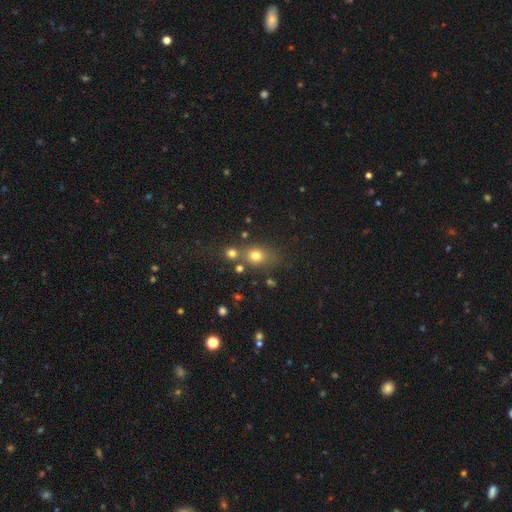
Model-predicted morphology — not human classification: A smooth galaxy with no disk features (72%) that is round (59%).

Vote fractions:
- Smooth or featured? smooth: 72% / star or artifact: 17% / featured or disk: 11%
- How rounded? round: 59% / in between: 39% / cigar-shaped: 2%
- Merging? none: 59% / merger: 21% / minor disturbance: 13% / major disturbance: 6%